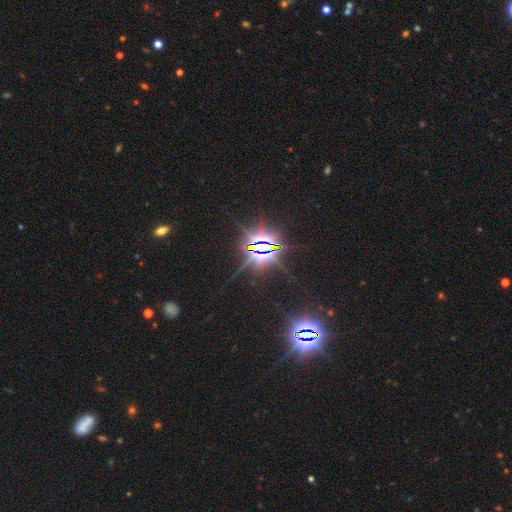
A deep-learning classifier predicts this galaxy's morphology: Smooth or featured? star or artifact (86%)